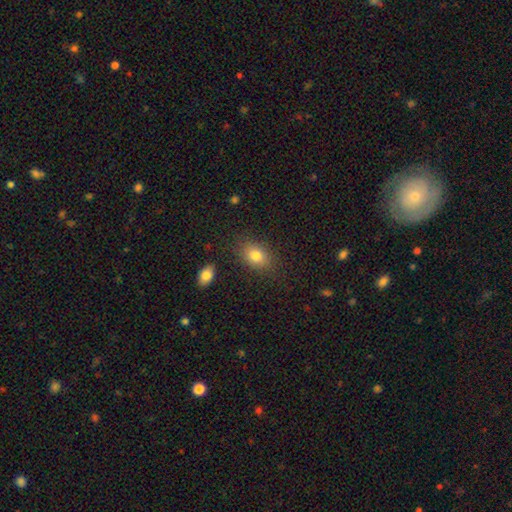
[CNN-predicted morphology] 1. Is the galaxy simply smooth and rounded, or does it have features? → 81% smooth, 10% star or artifact, 9% featured or disk.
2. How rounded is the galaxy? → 73% in between, 25% round, 1% cigar-shaped.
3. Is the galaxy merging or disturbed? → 82% none, 12% minor disturbance, 4% major disturbance, 2% merger.